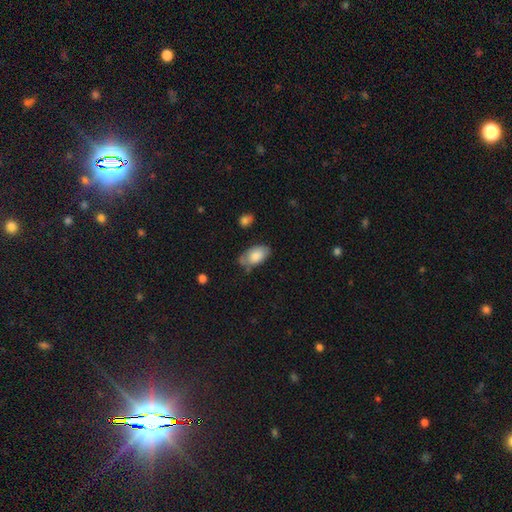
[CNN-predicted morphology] Smooth or featured?
  - smooth: 73% *
  - featured or disk: 20%
  - star or artifact: 7%
How rounded?
  - in between: 94% *
  - round: 4%
  - cigar-shaped: 2%
Merging?
  - none: 62% *
  - minor disturbance: 28%
  - major disturbance: 7%
  - merger: 4%